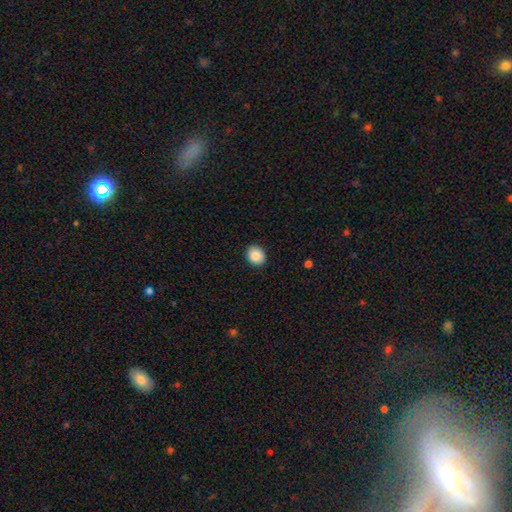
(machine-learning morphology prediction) This appears to be a smooth galaxy with no disk features (88%) that is round (65%). Merging: none (91%).